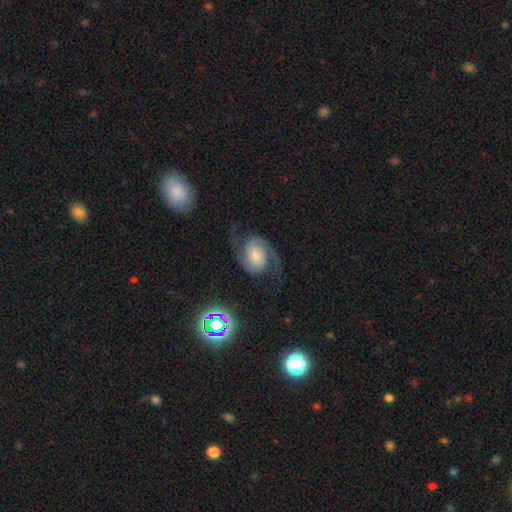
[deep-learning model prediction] A featured or disk galaxy (86%) with no bar (64%), 2 (94%) medium (49%) spiral arms (98%) and a small central bulge (41%).

Vote fractions:
- Smooth or featured? featured or disk: 86% / smooth: 8% / star or artifact: 6%
- Edge-on disk? no: 98% / yes: 2%
- Bar? no: 64% / weak: 27% / strong: 9%
- Spiral arms? yes: 98% / no: 2%
- Spiral winding? medium: 49% / loose: 33% / tight: 17%
- Spiral arm count? 2: 94% / can't tell: 2% / 1: 1% / 3: 1% / 4: 1% / more than 4: 1%
- Bulge size? small: 41% / moderate: 29% / large: 14% / none: 10% / dominant: 6%
- Merging? none: 71% / minor disturbance: 15% / major disturbance: 12% / merger: 2%